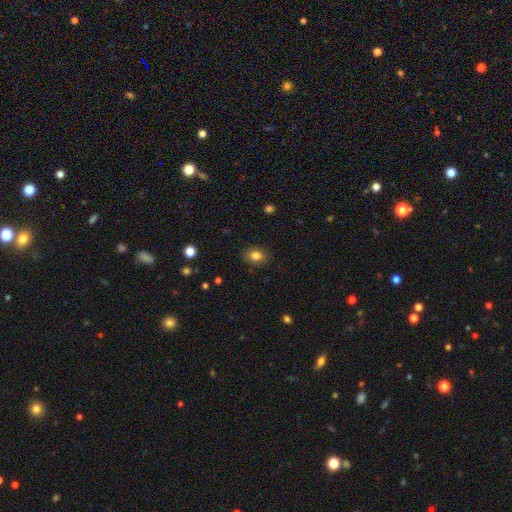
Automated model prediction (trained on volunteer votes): Q: Smooth or featured?
A: smooth (83%); runner-up: star or artifact (10%)
Q: How rounded?
A: in between (68%); runner-up: round (31%)
Q: Merging?
A: none (87%); runner-up: minor disturbance (10%)